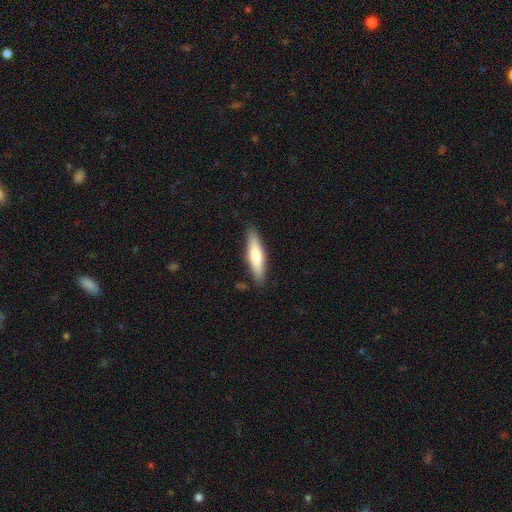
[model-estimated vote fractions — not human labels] Smooth or featured?
  - smooth: 68% *
  - featured or disk: 27%
  - star or artifact: 5%
How rounded?
  - cigar-shaped: 71% *
  - in between: 28%
  - round: 1%
Merging?
  - none: 86% *
  - minor disturbance: 10%
  - major disturbance: 2%
  - merger: 1%